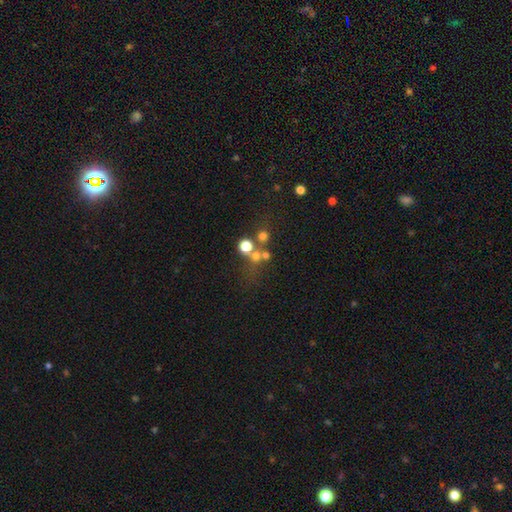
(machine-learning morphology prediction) Overall: smooth (59%; star or artifact 25%). How rounded: round (88%). Merging: none (54%; merger 33%).